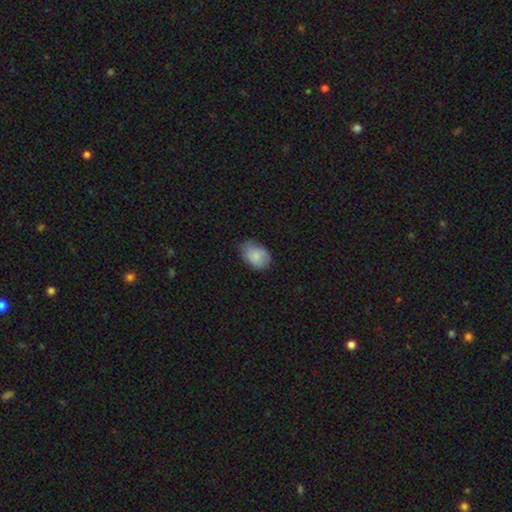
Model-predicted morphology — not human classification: Smooth or featured? Predicted: smooth (p=0.85). How rounded? Predicted: in between (p=0.78). Merging? Predicted: none (p=0.62).